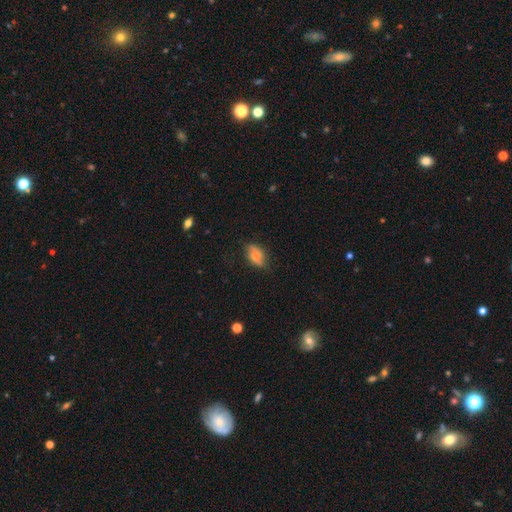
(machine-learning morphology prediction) Smooth or featured: smooth — 59% (featured or disk — 31%)
How rounded: in between — 86% (round — 10%)
Merging: none — 61% (minor disturbance — 29%)